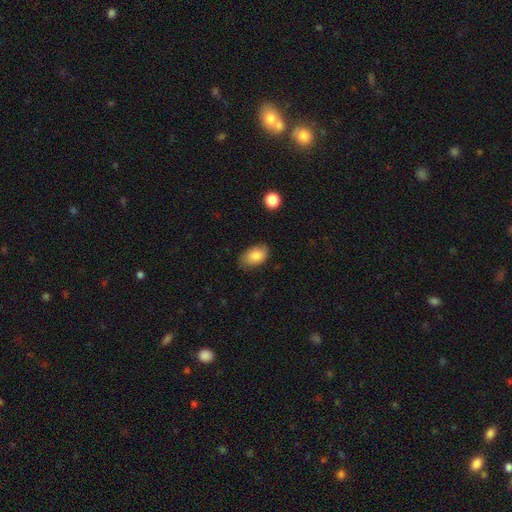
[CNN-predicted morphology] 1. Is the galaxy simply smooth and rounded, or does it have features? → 84% smooth, 8% featured or disk, 7% star or artifact.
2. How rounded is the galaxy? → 91% in between, 8% round, 1% cigar-shaped.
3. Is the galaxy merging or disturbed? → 77% none, 19% minor disturbance, 4% major disturbance, 1% merger.